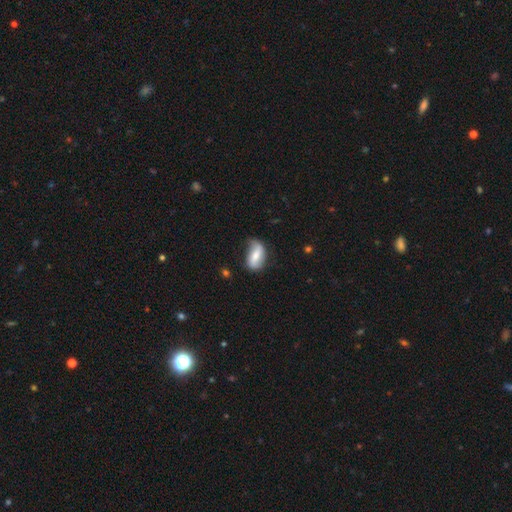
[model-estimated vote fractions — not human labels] smooth_or_featured: featured or disk (p=0.47) [alt: smooth p=0.46]
merging: none (p=0.56) [alt: minor disturbance p=0.32]